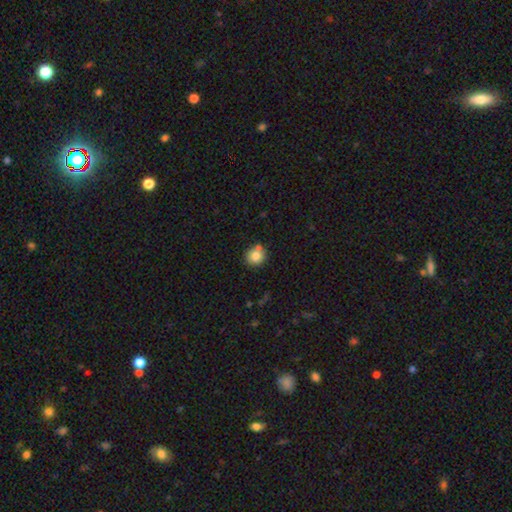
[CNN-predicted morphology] A smooth galaxy with no disk features (82%) that is round (87%). Merging: none (73%).